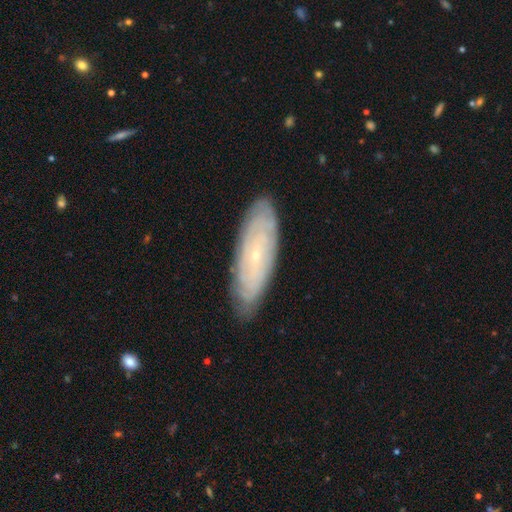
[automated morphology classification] Smooth or featured? featured or disk (71%)
Edge-on disk? no (83%)
Bar? no (77%)
Spiral arms? yes (84%)
Bulge size? small (87%)
Merging? none (84%)